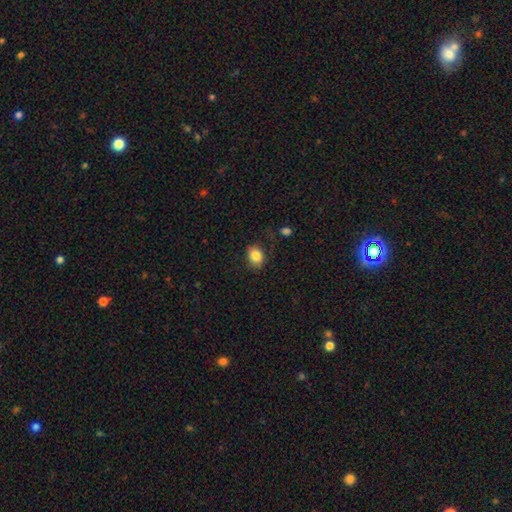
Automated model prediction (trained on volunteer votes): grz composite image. It shows a smooth galaxy with no disk features (84%) that is in between round and cigar-shaped (54%). Merging: none (78%).